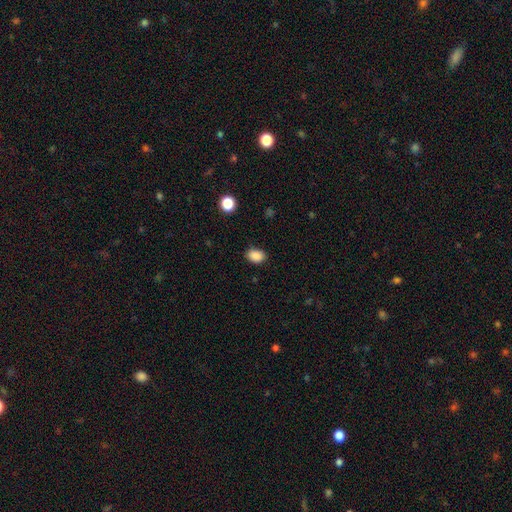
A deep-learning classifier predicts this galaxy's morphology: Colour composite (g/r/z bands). It shows a smooth galaxy with no disk features (88%) that is in between round and cigar-shaped (73%). Merging: none (84%).